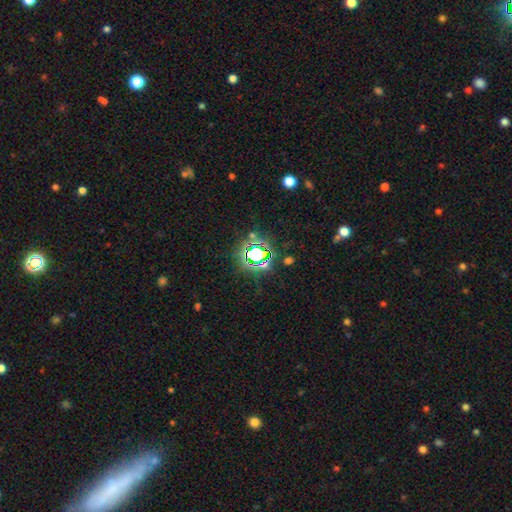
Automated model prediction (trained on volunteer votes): Q: Smooth or featured?
A: star or artifact (70%); runner-up: smooth (19%)